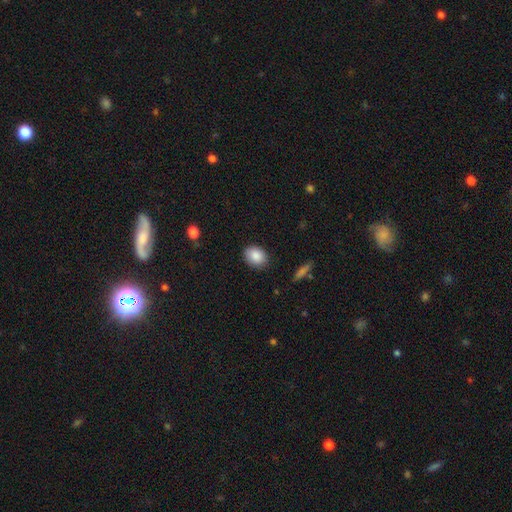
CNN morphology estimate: A smooth galaxy with no disk features (87%) that is in between round and cigar-shaped (66%).

Vote fractions:
- Smooth or featured? smooth: 87% / star or artifact: 7% / featured or disk: 5%
- How rounded? in between: 66% / round: 33% / cigar-shaped: 1%
- Merging? none: 85% / minor disturbance: 11% / major disturbance: 2% / merger: 1%